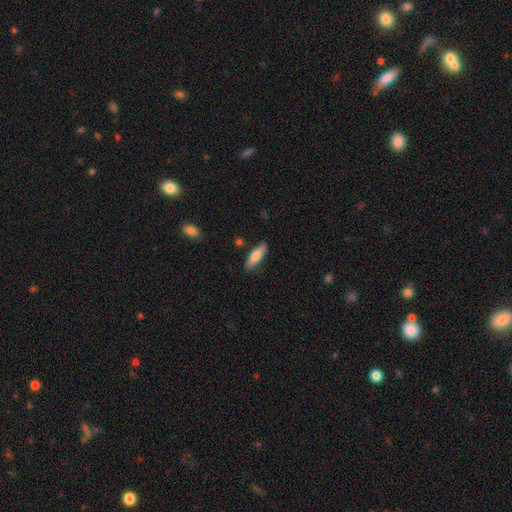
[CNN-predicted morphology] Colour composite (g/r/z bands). It shows a smooth galaxy with no disk features (75%) that is in between round and cigar-shaped (51%). Merging: none (85%).